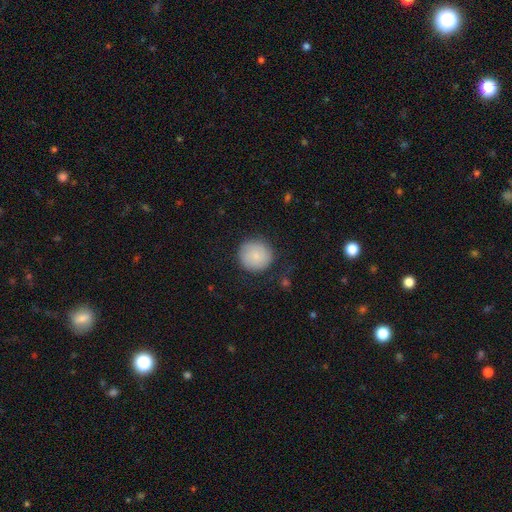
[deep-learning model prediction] smooth_or_featured: smooth (p=0.83) [alt: featured or disk p=0.11]
how_rounded: round (p=0.94) [alt: in between p=0.05]
merging: none (p=0.82) [alt: minor disturbance p=0.12]